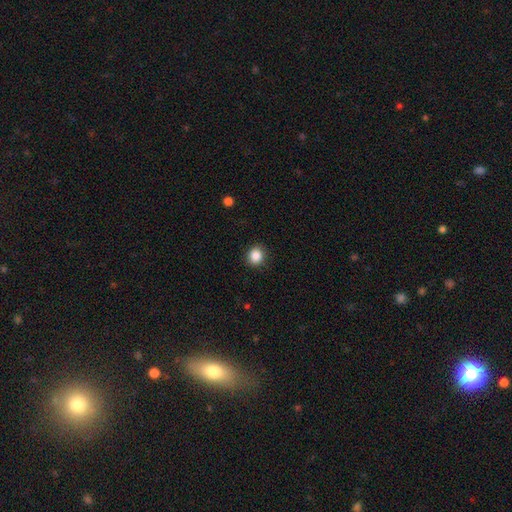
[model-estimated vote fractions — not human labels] smooth-or-featured: smooth: 87% | star or artifact: 10% | featured or disk: 4%
  how-rounded: round: 83% | in between: 16% | cigar-shaped: 1%
  merging: none: 90% | minor disturbance: 7% | major disturbance: 2% | merger: 1%